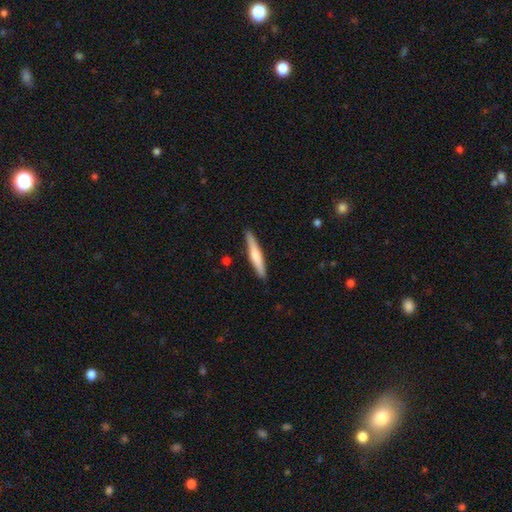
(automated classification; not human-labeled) The model was most divided on "smooth or featured": smooth: 56%, featured or disk: 39%, star or artifact: 5%. More confident: how rounded — cigar-shaped (93%); merging — none (89%).